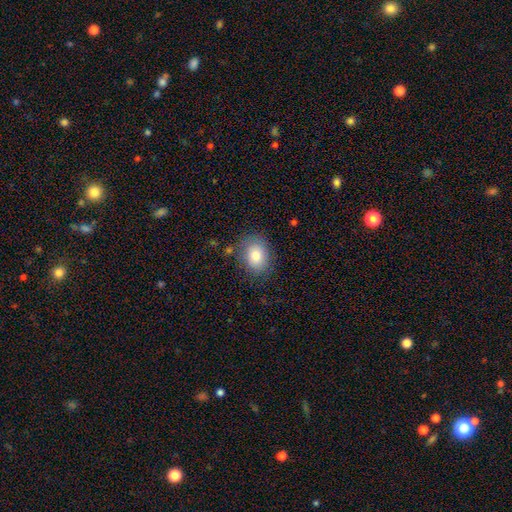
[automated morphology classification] Smooth or featured: smooth — 82% (featured or disk — 9%)
How rounded: in between — 62% (round — 37%)
Merging: none — 80% (minor disturbance — 14%)